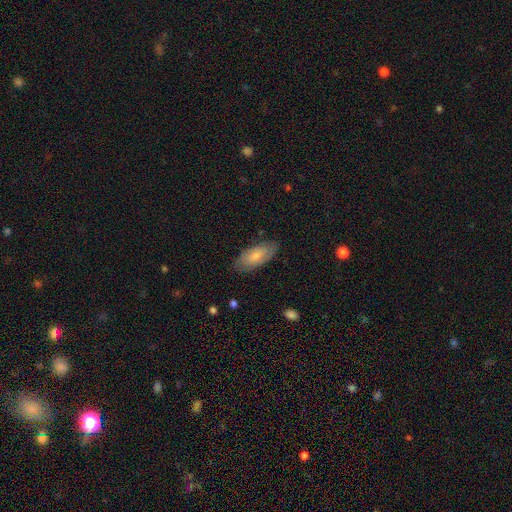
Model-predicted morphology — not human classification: This is likely a smooth galaxy (69%). How rounded: clearly in between (87%). Merging: likely none (79%).